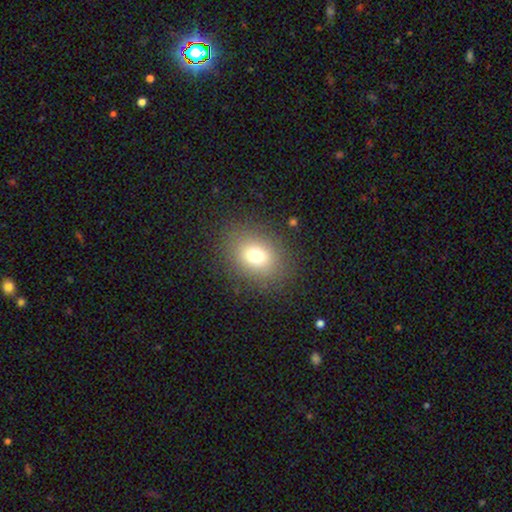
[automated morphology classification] Smooth or featured?
  - smooth: 73% *
  - star or artifact: 16%
  - featured or disk: 12%
How rounded?
  - round: 52% *
  - in between: 47%
  - cigar-shaped: 1%
Merging?
  - none: 85% *
  - minor disturbance: 9%
  - major disturbance: 5%
  - merger: 1%